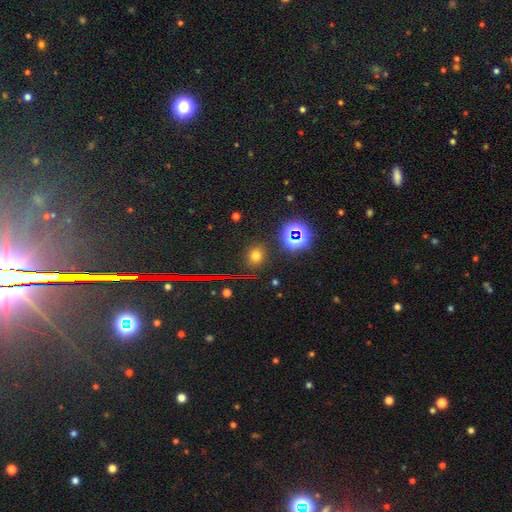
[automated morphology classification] Smooth or featured? Predicted: smooth (p=0.64). How rounded? Predicted: round (p=0.75). Merging? Predicted: none (p=0.88).